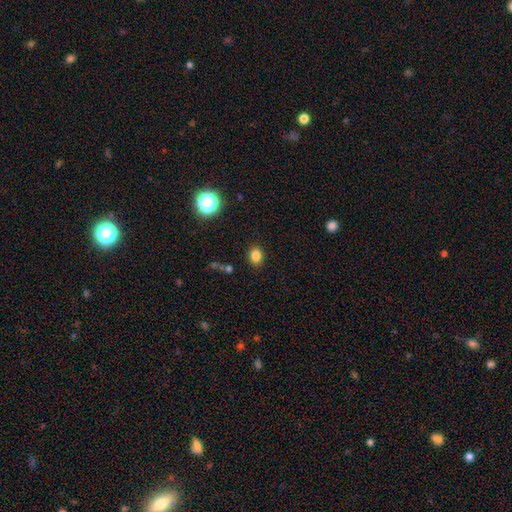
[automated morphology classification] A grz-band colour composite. It shows a smooth galaxy with no disk features (82%) that is round (51%). Merging: none (87%).